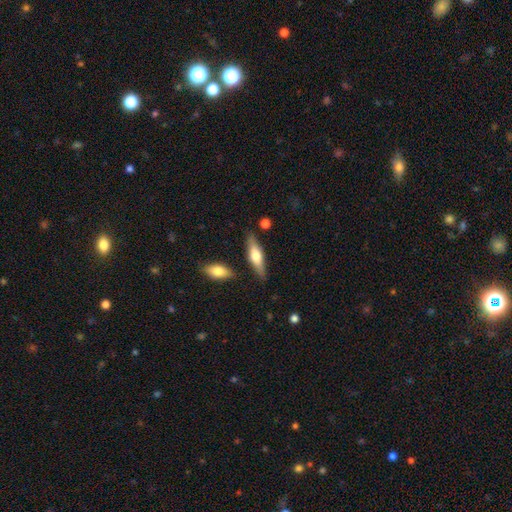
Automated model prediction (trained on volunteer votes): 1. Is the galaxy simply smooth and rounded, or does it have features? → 51% smooth, 44% featured or disk, 6% star or artifact.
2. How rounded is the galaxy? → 59% cigar-shaped, 39% in between, 2% round.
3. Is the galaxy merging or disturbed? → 82% none, 11% minor disturbance, 4% merger, 3% major disturbance.